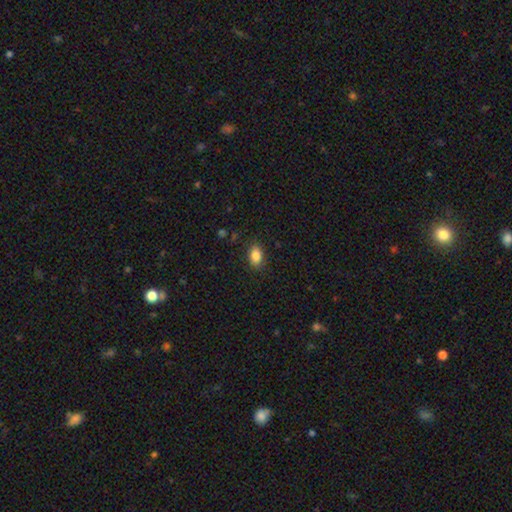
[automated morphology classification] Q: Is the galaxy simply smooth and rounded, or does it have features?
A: smooth — 86%.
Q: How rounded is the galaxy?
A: in between — 84%.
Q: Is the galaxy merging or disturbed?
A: none — 86%.